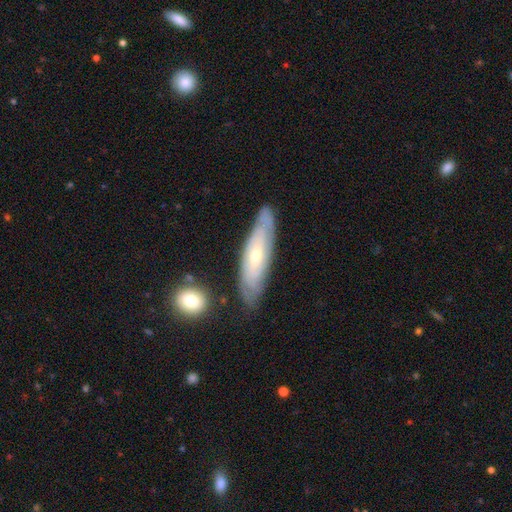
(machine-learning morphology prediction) featured or disk 70%, smooth 24%, star or artifact 7%. Down the decision tree: edge-on disk — no (68%); merging — none (78%).